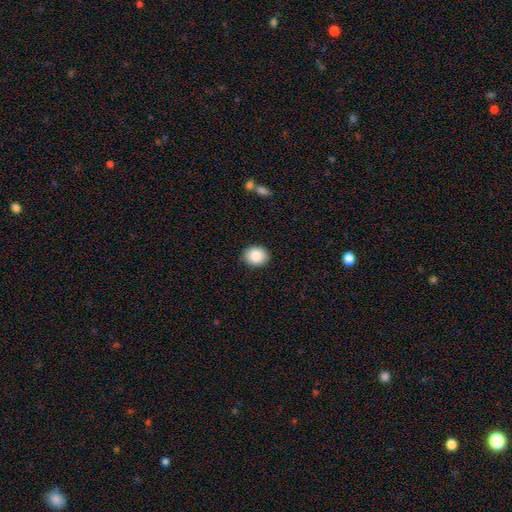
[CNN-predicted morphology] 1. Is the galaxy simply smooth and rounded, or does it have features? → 88% smooth, 7% star or artifact, 5% featured or disk.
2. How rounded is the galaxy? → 60% round, 39% in between, 1% cigar-shaped.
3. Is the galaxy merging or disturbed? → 89% none, 8% minor disturbance, 2% major disturbance, 1% merger.